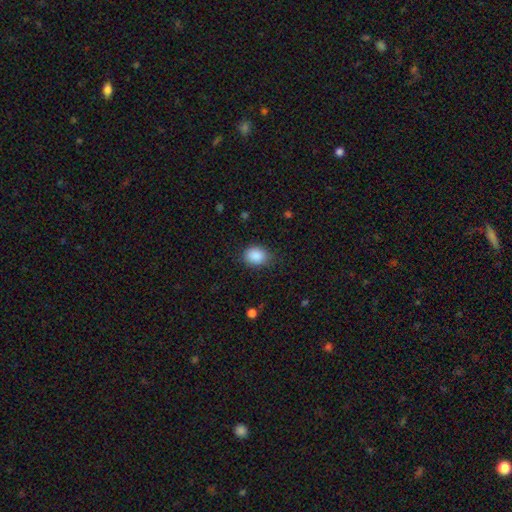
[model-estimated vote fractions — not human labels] Smooth or featured? smooth (88%)
How rounded? in between (57%)
Merging? none (79%)